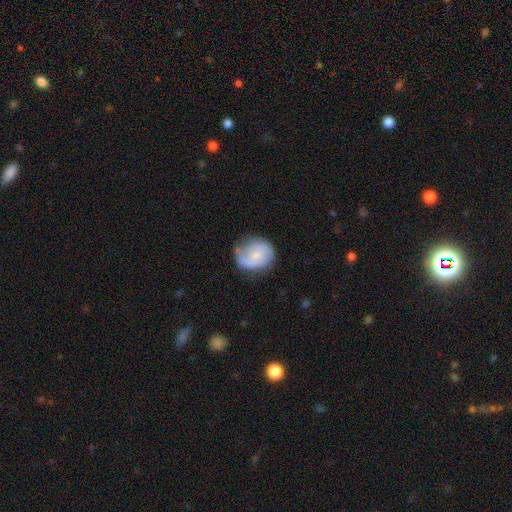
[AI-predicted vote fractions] This is possibly a featured or disk galaxy (52%). It is clearly not viewed edge-on (97%). Bar: likely no (64%). Spiral arm pattern: clearly yes (81%). Central bulge: likely small (65%). Merging: possibly none (53%).